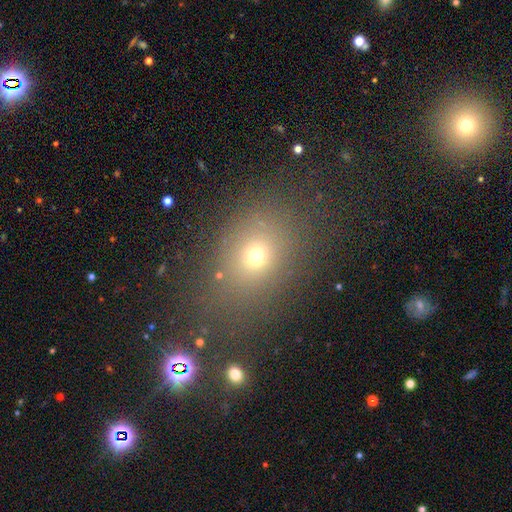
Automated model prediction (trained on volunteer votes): Smooth or featured?
  - smooth: 67% *
  - star or artifact: 22%
  - featured or disk: 11%
How rounded?
  - in between: 51% *
  - round: 47%
  - cigar-shaped: 2%
Merging?
  - none: 73% *
  - minor disturbance: 13%
  - major disturbance: 7%
  - merger: 7%